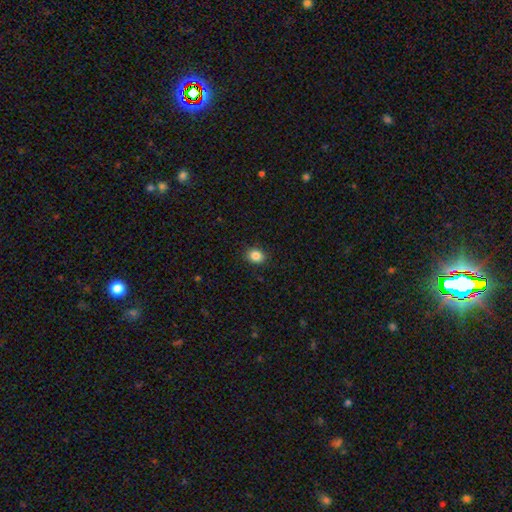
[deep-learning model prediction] Smooth or featured?
  - smooth: 86% *
  - star or artifact: 10%
  - featured or disk: 4%
How rounded?
  - round: 55% *
  - in between: 44%
  - cigar-shaped: 1%
Merging?
  - none: 89% *
  - minor disturbance: 8%
  - major disturbance: 2%
  - merger: 1%